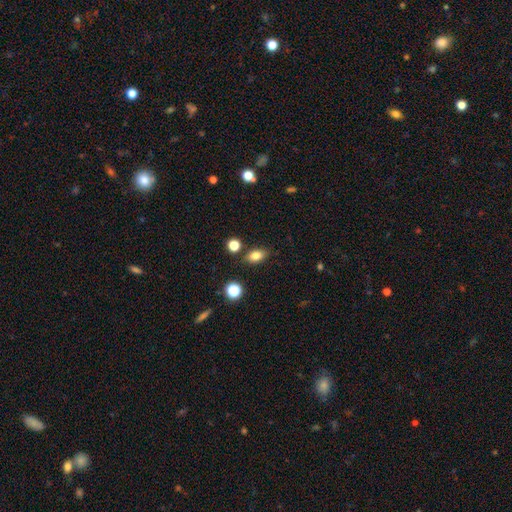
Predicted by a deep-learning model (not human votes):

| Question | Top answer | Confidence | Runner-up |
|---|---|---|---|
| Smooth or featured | smooth | 79% | star or artifact (12%) |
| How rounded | in between | 79% | round (17%) |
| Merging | none | 81% | minor disturbance (11%) |